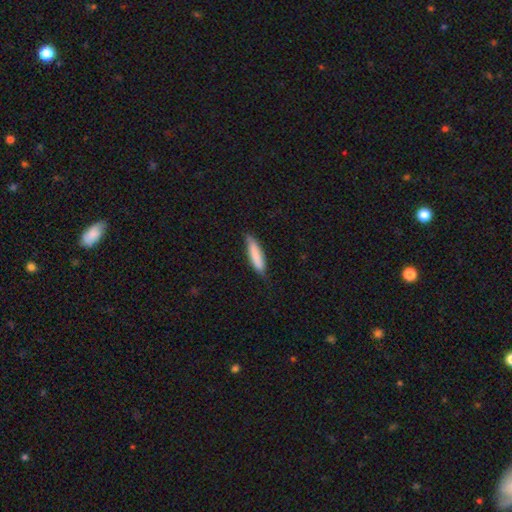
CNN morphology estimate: Q: Smooth or featured?
A: smooth (82%); runner-up: featured or disk (13%)
Q: How rounded?
A: cigar-shaped (75%); runner-up: in between (24%)
Q: Merging?
A: none (71%); runner-up: minor disturbance (24%)